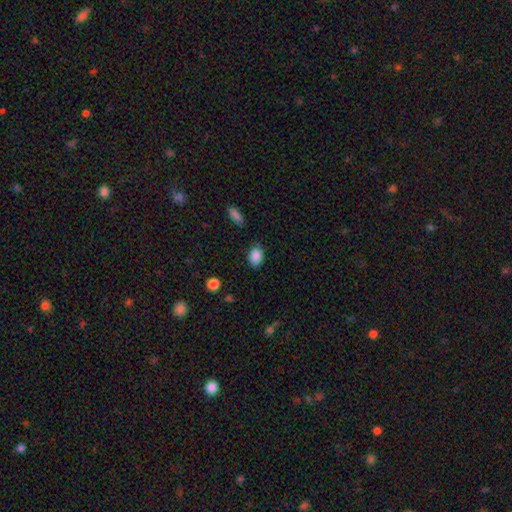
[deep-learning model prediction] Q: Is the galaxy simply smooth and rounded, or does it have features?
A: smooth — 88%.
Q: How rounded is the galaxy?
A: in between — 72%.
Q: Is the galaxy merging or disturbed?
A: none — 81%.